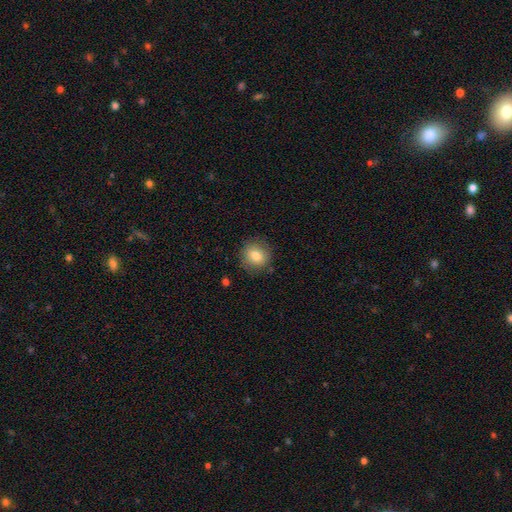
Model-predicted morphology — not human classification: Smooth or featured: smooth — 79% (featured or disk — 11%)
How rounded: round — 84% (in between — 15%)
Merging: none — 85% (minor disturbance — 11%)